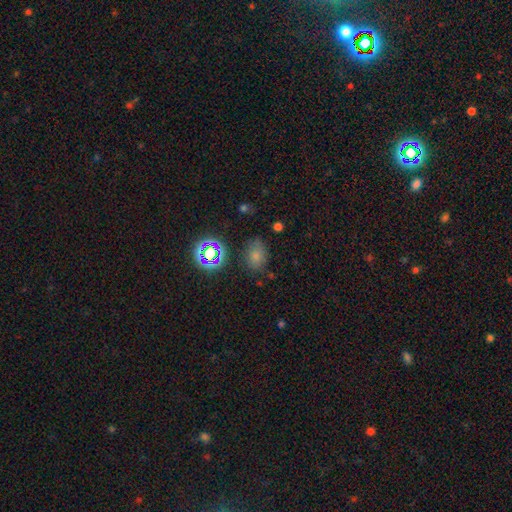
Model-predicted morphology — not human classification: This appears to be a smooth galaxy with no disk features (70%) that is in between round and cigar-shaped (70%). Merging: none (73%).